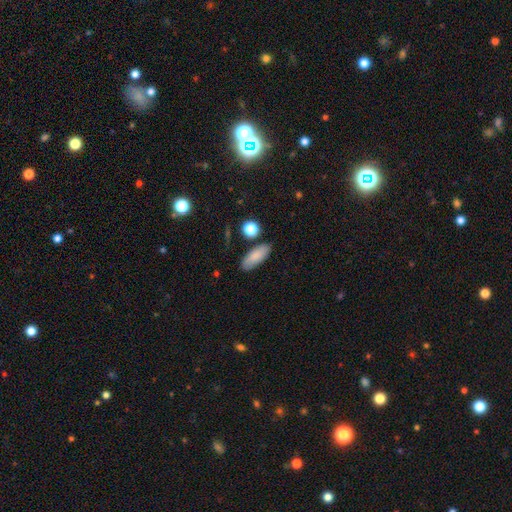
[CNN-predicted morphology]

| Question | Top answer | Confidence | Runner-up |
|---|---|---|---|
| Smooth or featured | smooth | 83% | featured or disk (10%) |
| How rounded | in between | 79% | cigar-shaped (18%) |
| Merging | none | 80% | minor disturbance (13%) |